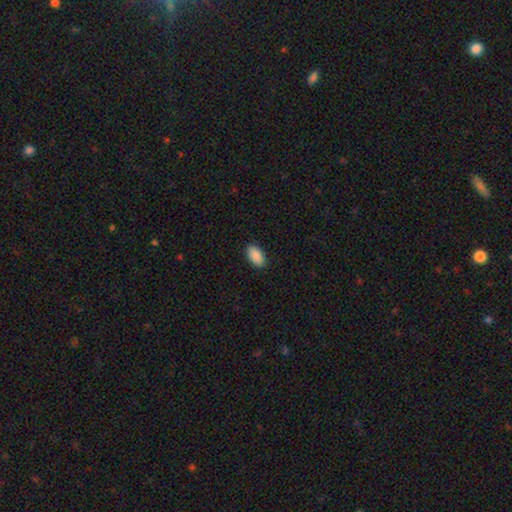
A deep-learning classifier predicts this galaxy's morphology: smooth 91%, star or artifact 6%, featured or disk 3%. Down the decision tree: how rounded — in between (94%); merging — none (89%).